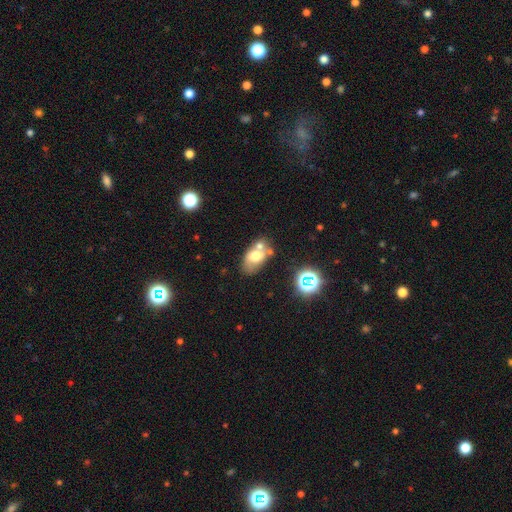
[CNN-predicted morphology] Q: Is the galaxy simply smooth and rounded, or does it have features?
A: smooth — 62%.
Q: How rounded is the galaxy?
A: in between — 82%.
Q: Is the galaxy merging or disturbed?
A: none — 43%.